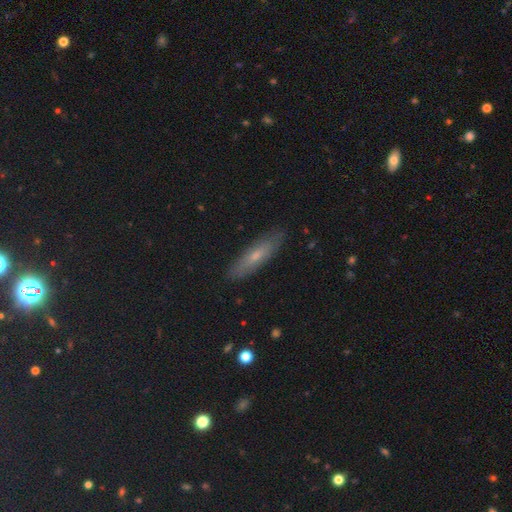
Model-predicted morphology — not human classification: This appears to be a smooth galaxy with no disk features (55%) that is cigar-shaped (68%). Merging: none (87%).